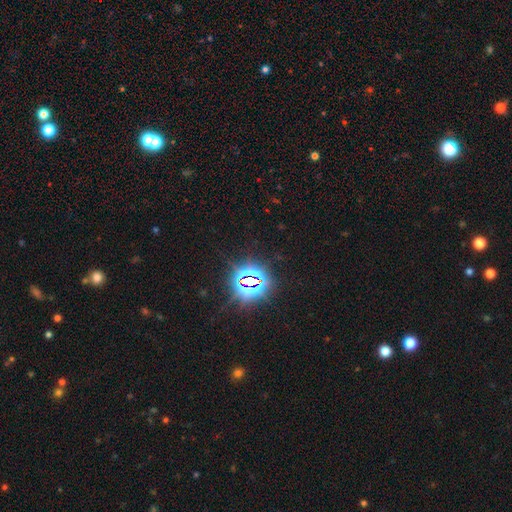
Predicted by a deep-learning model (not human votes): star or artifact 82%, smooth 12%, featured or disk 6%.